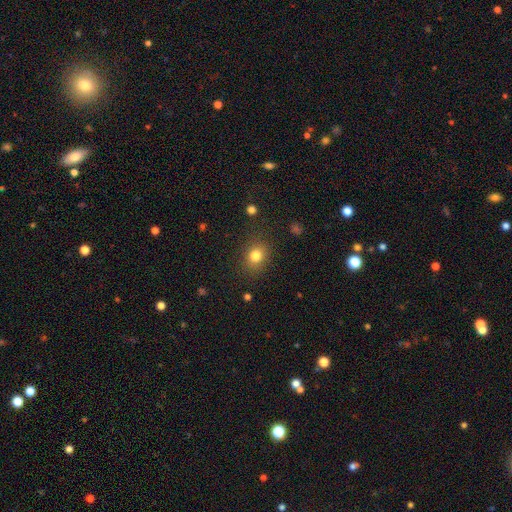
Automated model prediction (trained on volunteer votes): This is clearly a smooth galaxy (81%). How rounded: possibly round (56%). Merging: clearly none (84%).